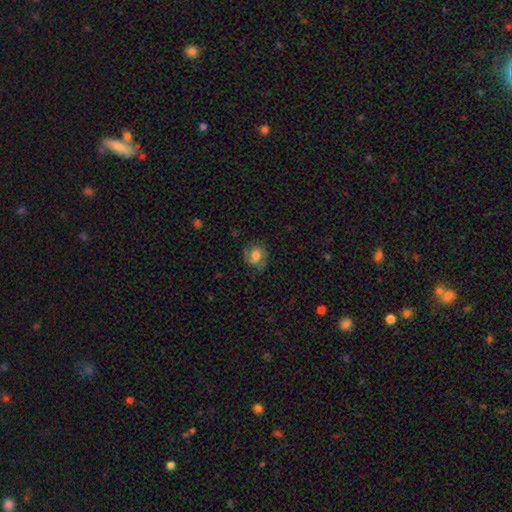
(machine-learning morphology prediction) smooth_or_featured: smooth (p=0.48) [alt: featured or disk p=0.43]
merging: none (p=0.64) [alt: minor disturbance p=0.23]